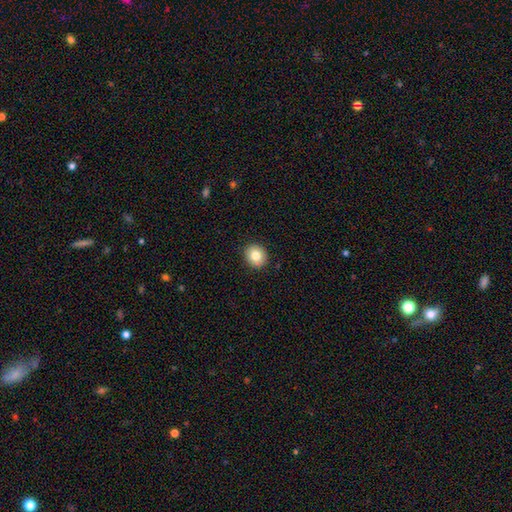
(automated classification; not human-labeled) A smooth galaxy with no disk features (81%) that is round (82%).

Vote fractions:
- Smooth or featured? smooth: 81% / featured or disk: 10% / star or artifact: 9%
- How rounded? round: 82% / in between: 17% / cigar-shaped: 1%
- Merging? none: 92% / minor disturbance: 6% / major disturbance: 2% / merger: 1%